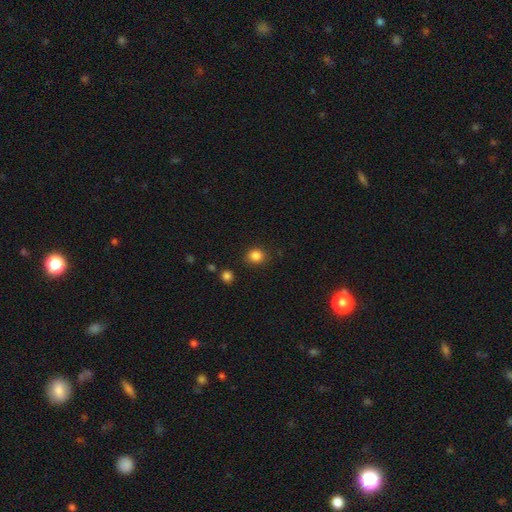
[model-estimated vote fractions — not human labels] Smooth or featured? smooth (85%)
How rounded? round (71%)
Merging? none (85%)